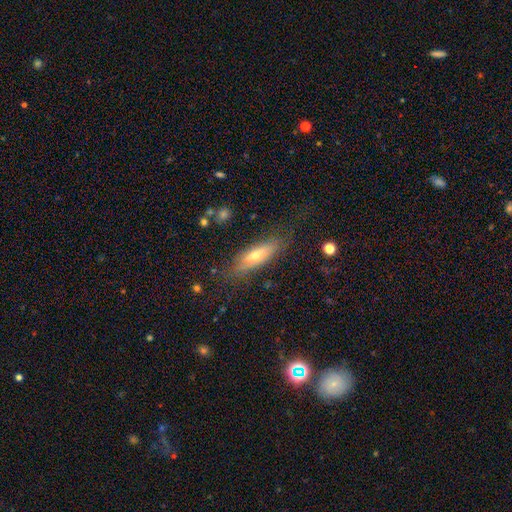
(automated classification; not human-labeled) smooth-or-featured: smooth: 49% | featured or disk: 43% | star or artifact: 8%
  merging: none: 79% | minor disturbance: 15% | major disturbance: 5% | merger: 2%